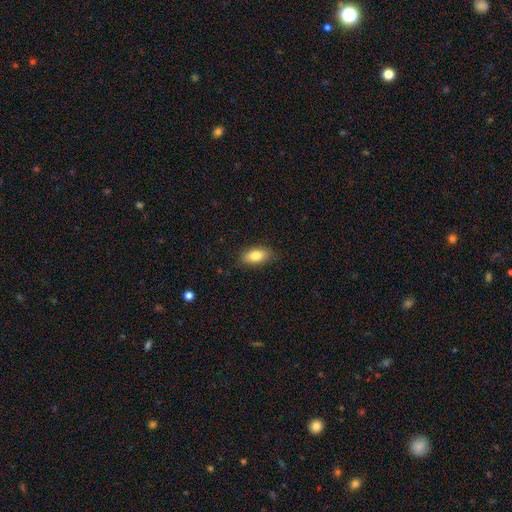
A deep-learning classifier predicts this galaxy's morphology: smooth 82%, featured or disk 11%, star or artifact 7%. Down the decision tree: how rounded — in between (88%); merging — none (85%).